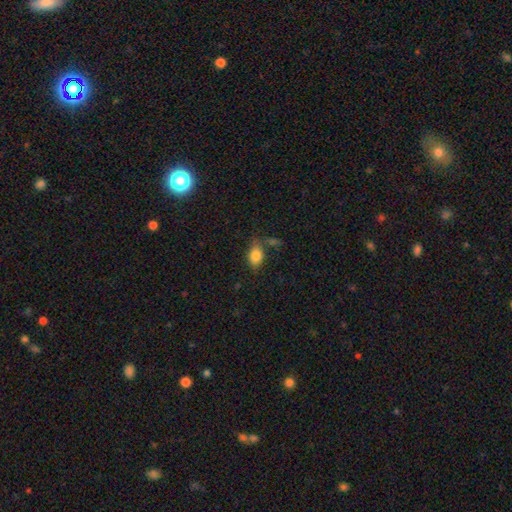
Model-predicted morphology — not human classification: smooth 82%, featured or disk 9%, star or artifact 9%. Down the decision tree: how rounded — in between (85%); merging — none (65%).